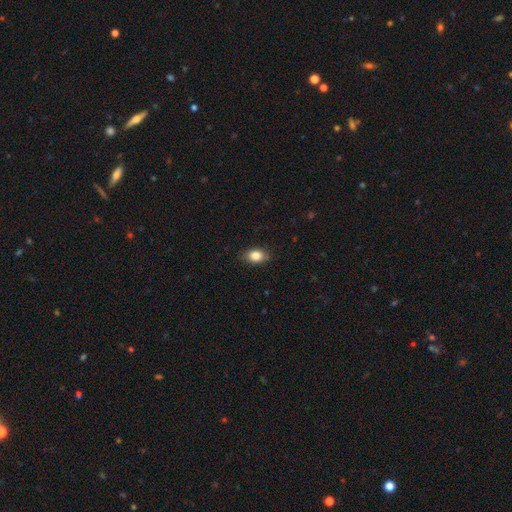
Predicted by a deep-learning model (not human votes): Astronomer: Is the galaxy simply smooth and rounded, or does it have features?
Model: smooth — 84%.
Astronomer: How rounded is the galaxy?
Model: in between — 79%.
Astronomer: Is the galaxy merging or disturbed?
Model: none — 83%.